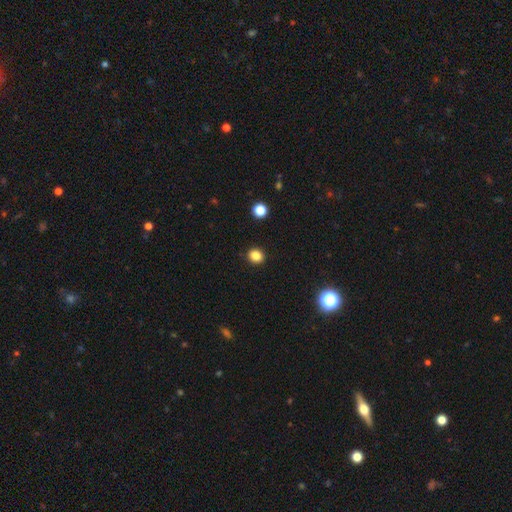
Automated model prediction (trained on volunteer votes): smooth-or-featured: smooth: 84% | star or artifact: 12% | featured or disk: 4%
  how-rounded: round: 72% | in between: 27% | cigar-shaped: 1%
  merging: none: 90% | minor disturbance: 7% | major disturbance: 2% | merger: 1%